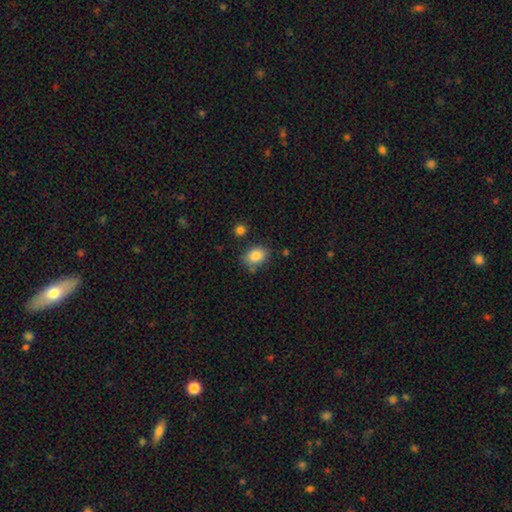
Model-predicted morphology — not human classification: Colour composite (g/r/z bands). It shows a smooth galaxy with no disk features (85%) that is in between round and cigar-shaped (78%). Merging: none (71%).